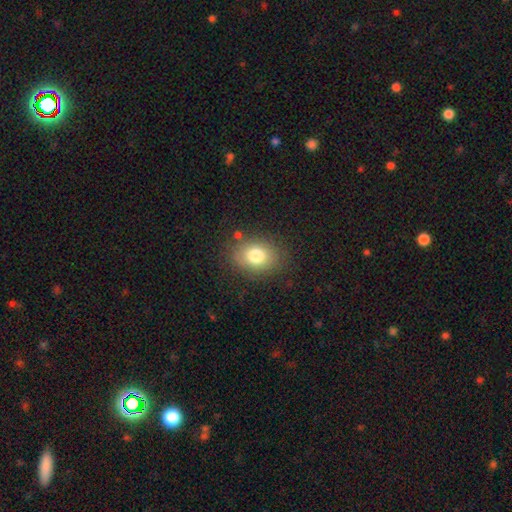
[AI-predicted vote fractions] The model was most divided on "how rounded": in between: 59%, round: 40%, cigar-shaped: 1%. More confident: merging — none (82%); smooth or featured — smooth (79%).